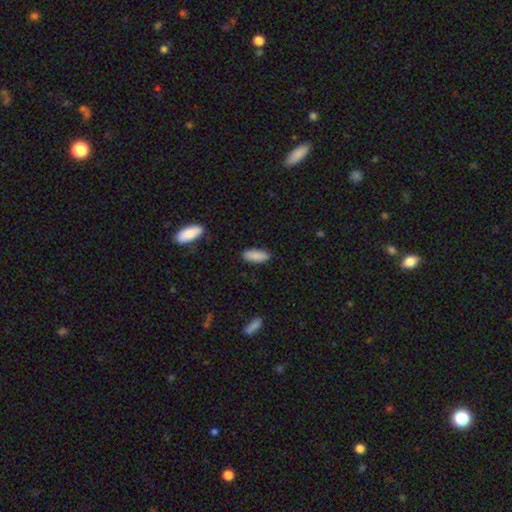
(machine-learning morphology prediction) type=smooth (88%); roundness=in between (77%); merging=none (86%).